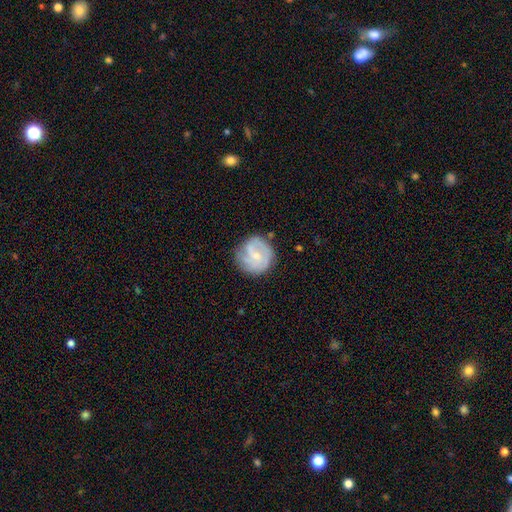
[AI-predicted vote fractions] The model was most divided on "spiral winding": tight: 44%, medium: 39%, loose: 17%. Remaining: edge-on disk — no (98%); spiral arms — yes (83%); merging — none (71%); smooth or featured — featured or disk (65%); bulge size — small (64%); bar — no (51%); spiral arm count — 2 (37%).